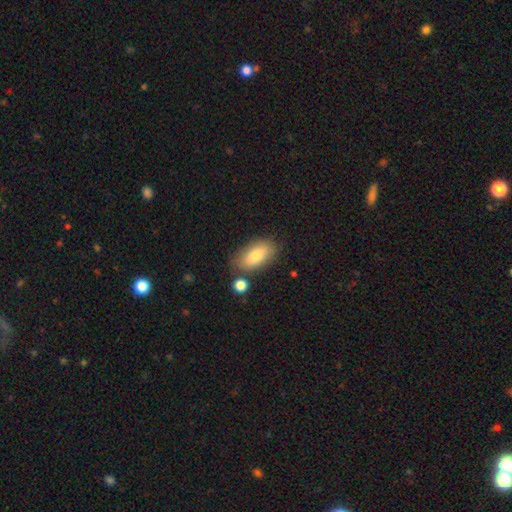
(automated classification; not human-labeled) Overall: smooth (78%). How rounded: in between (90%). Merging: none (78%).